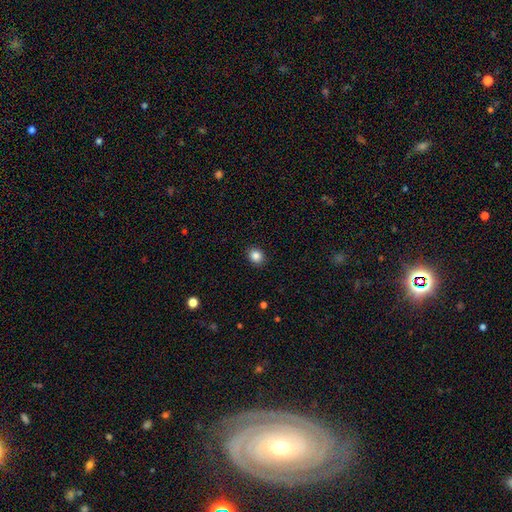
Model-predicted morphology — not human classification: This is clearly a smooth galaxy (86%). How rounded: likely round (70%). Merging: clearly none (90%).